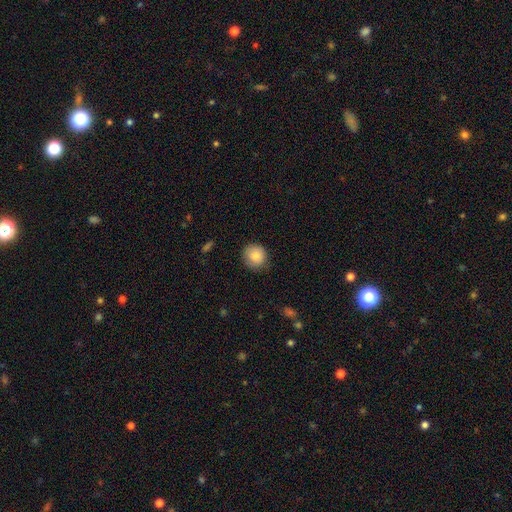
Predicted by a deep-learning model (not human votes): smooth_or_featured: smooth (p=0.85) [alt: star or artifact p=0.08]
how_rounded: round (p=0.89) [alt: in between p=0.10]
merging: none (p=0.81) [alt: minor disturbance p=0.15]